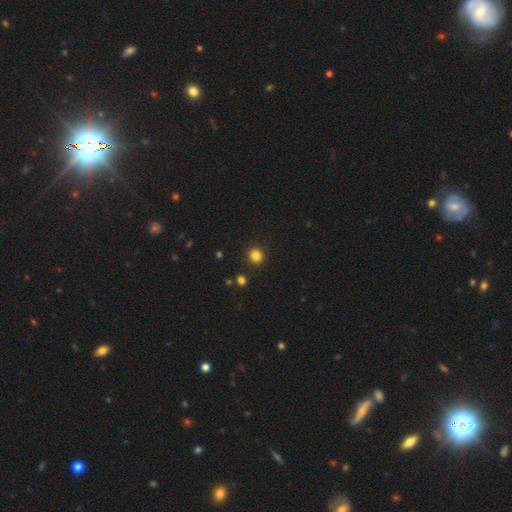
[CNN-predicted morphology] This appears to be a smooth galaxy with no disk features (83%) that is round (87%). Merging: none (91%).